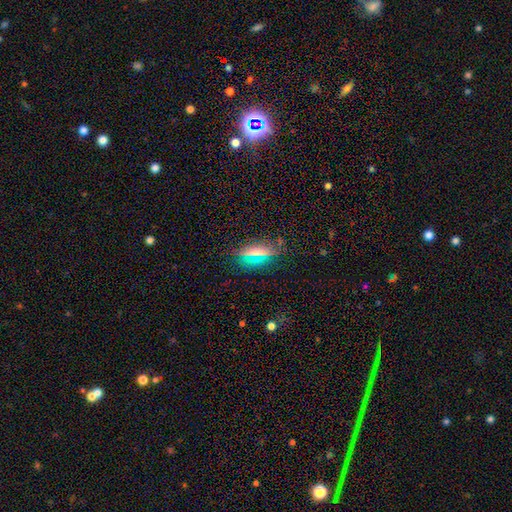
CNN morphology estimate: smooth-or-featured: smooth: 49% | featured or disk: 28% | star or artifact: 24%
  merging: none: 83% | minor disturbance: 11% | major disturbance: 4% | merger: 2%